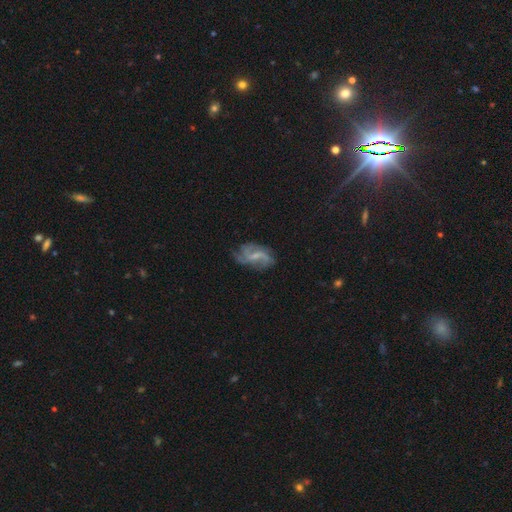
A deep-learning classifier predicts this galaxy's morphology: Smooth or featured?
  - featured or disk: 77% *
  - smooth: 15%
  - star or artifact: 8%
Edge-on disk?
  - no: 97% *
  - yes: 3%
Bar?
  - weak: 52% *
  - no: 32%
  - strong: 16%
Spiral arms?
  - yes: 92% *
  - no: 8%
Spiral winding?
  - medium: 42% *
  - loose: 40%
  - tight: 18%
Spiral arm count?
  - 2: 35% *
  - 3: 26%
  - can't tell: 20%
  - 4: 10%
  - 1: 5%
  - more than 4: 5%
Bulge size?
  - small: 52% *
  - moderate: 29%
  - none: 17%
  - large: 2%
  - dominant: 1%
Merging?
  - none: 60% *
  - minor disturbance: 23%
  - major disturbance: 14%
  - merger: 2%